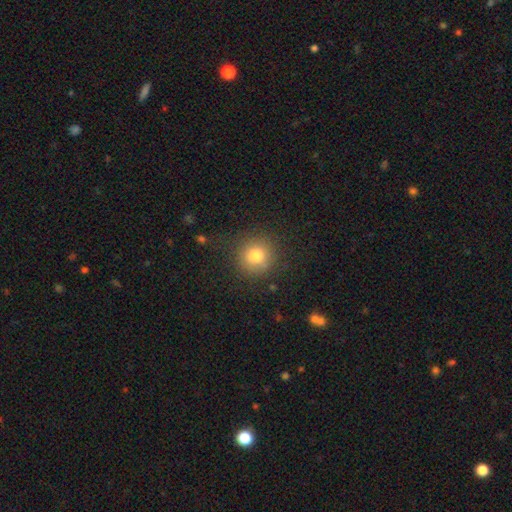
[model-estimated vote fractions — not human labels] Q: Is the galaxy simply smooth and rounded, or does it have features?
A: smooth — 79%.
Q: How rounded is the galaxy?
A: round — 92%.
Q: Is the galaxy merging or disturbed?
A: none — 83%.